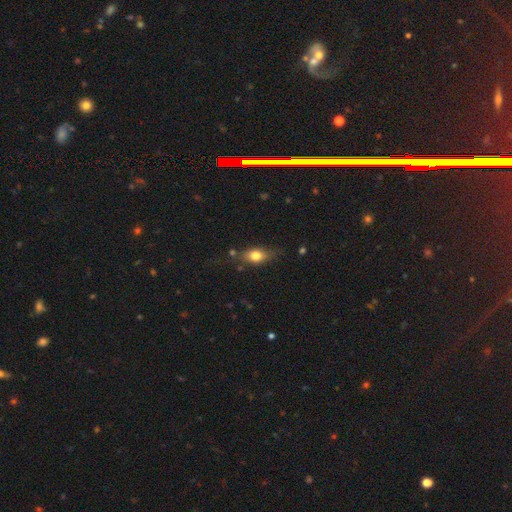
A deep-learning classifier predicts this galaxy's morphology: This is likely a smooth galaxy (74%). How rounded: likely in between (76%). Merging: likely none (64%).